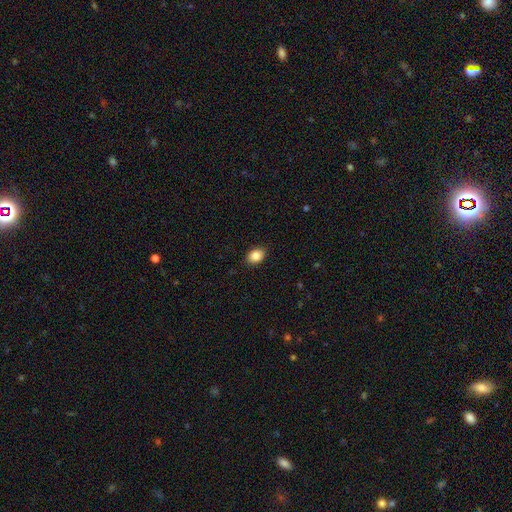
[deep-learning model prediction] Smooth or featured? Predicted: smooth (p=0.87). How rounded? Predicted: in between (p=0.71). Merging? Predicted: none (p=0.88).